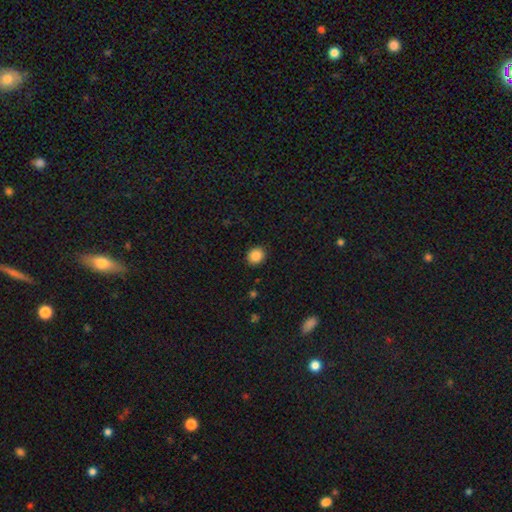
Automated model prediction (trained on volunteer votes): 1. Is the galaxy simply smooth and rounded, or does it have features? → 87% smooth, 9% star or artifact, 4% featured or disk.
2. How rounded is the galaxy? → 65% round, 34% in between, 1% cigar-shaped.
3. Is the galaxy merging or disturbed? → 91% none, 6% minor disturbance, 2% major disturbance, 1% merger.